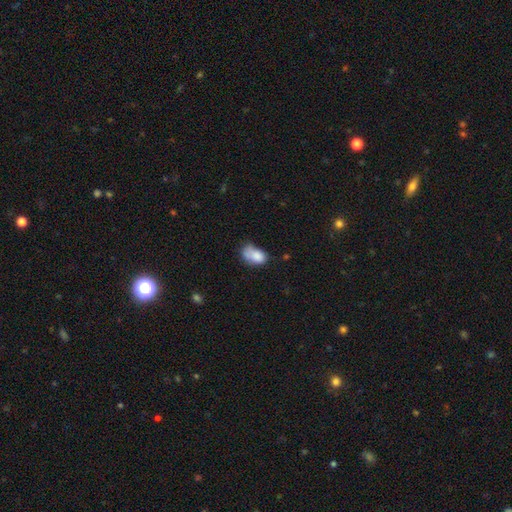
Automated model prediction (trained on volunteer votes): Smooth or featured?
  - smooth: 78% *
  - featured or disk: 13%
  - star or artifact: 9%
How rounded?
  - in between: 85% *
  - round: 13%
  - cigar-shaped: 2%
Merging?
  - none: 30% *
  - minor disturbance: 28%
  - merger: 25%
  - major disturbance: 18%